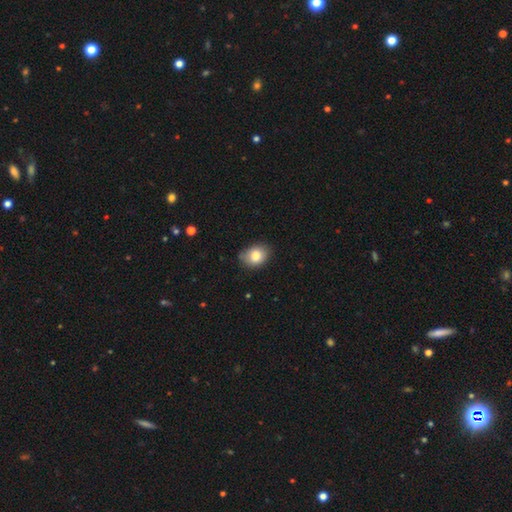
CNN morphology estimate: Smooth or featured? Predicted: smooth (p=0.81). How rounded? Predicted: in between (p=0.67). Merging? Predicted: none (p=0.77).